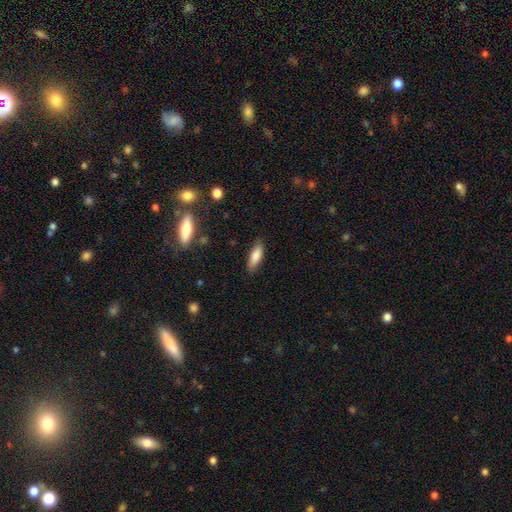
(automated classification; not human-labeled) Smooth or featured? smooth (83%)
How rounded? in between (58%)
Merging? none (84%)